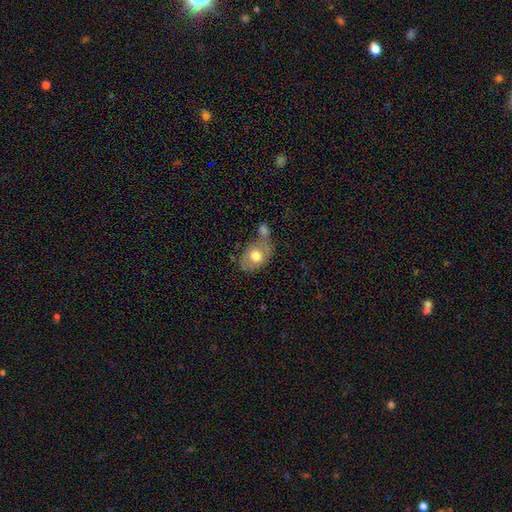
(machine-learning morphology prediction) Smooth or featured? smooth (67%)
How rounded? in between (73%)
Merging? none (38%)